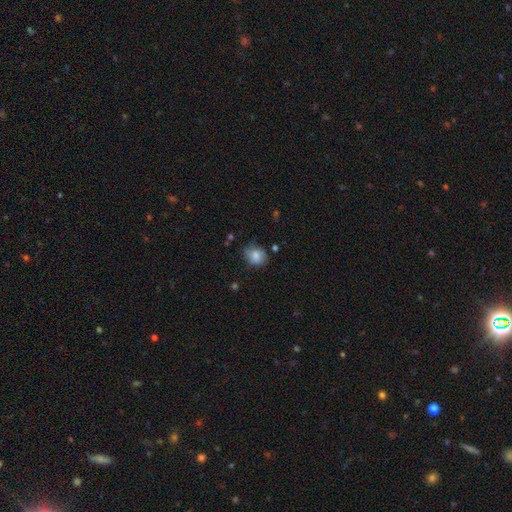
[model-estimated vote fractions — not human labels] Q: Smooth or featured?
A: smooth (75%); runner-up: featured or disk (16%)
Q: How rounded?
A: in between (51%); runner-up: round (48%)
Q: Merging?
A: none (64%); runner-up: minor disturbance (26%)